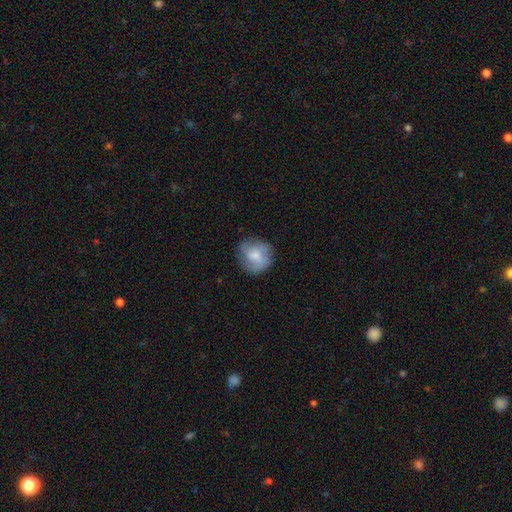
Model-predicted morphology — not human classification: This is likely a smooth galaxy (66%). How rounded: clearly round (84%). Merging: likely none (71%).